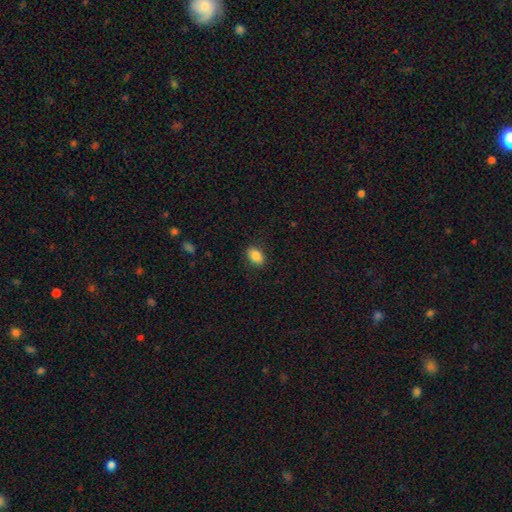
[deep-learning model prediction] Smooth or featured? Predicted: smooth (p=0.86). How rounded? Predicted: in between (p=0.85). Merging? Predicted: none (p=0.87).